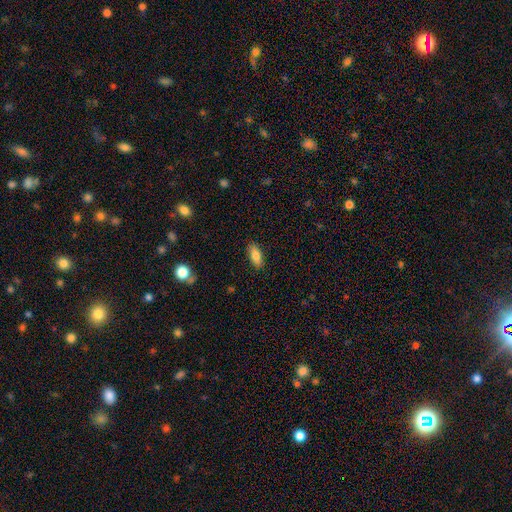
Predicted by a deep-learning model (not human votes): Morphology: type=smooth (82%); roundness=in between (83%); merging=none (88%).